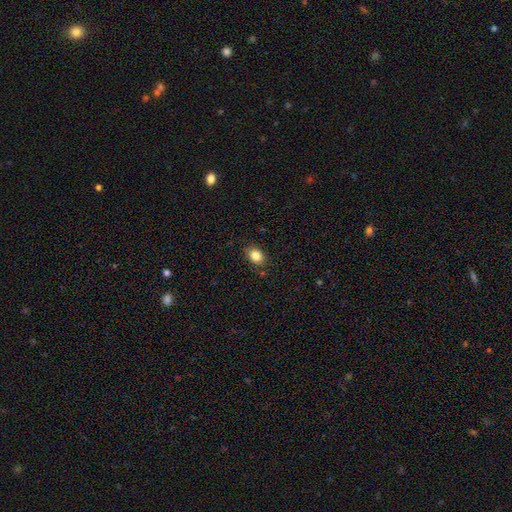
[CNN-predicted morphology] Smooth or featured?
  - smooth: 83% *
  - star or artifact: 10%
  - featured or disk: 7%
How rounded?
  - in between: 73% *
  - round: 26%
  - cigar-shaped: 1%
Merging?
  - none: 85% *
  - minor disturbance: 11%
  - major disturbance: 2%
  - merger: 1%